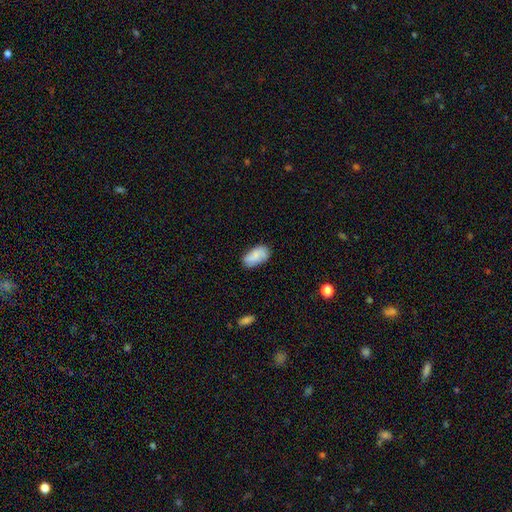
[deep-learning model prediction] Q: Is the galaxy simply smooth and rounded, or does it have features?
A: smooth — 76%.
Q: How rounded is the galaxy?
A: in between — 93%.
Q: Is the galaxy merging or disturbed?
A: none — 75%.